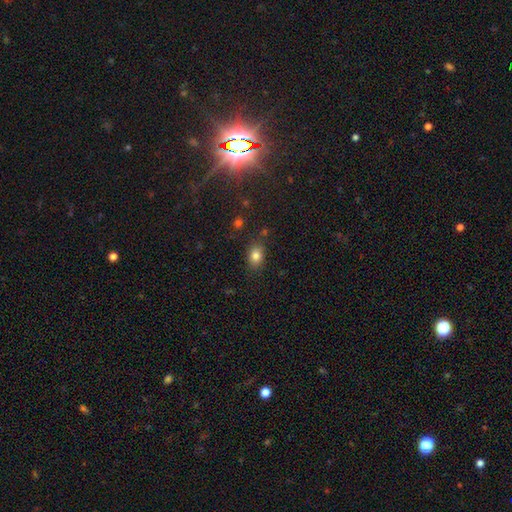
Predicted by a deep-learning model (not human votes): This appears to be a smooth galaxy with no disk features (82%) that is in between round and cigar-shaped (73%). Merging: none (81%).